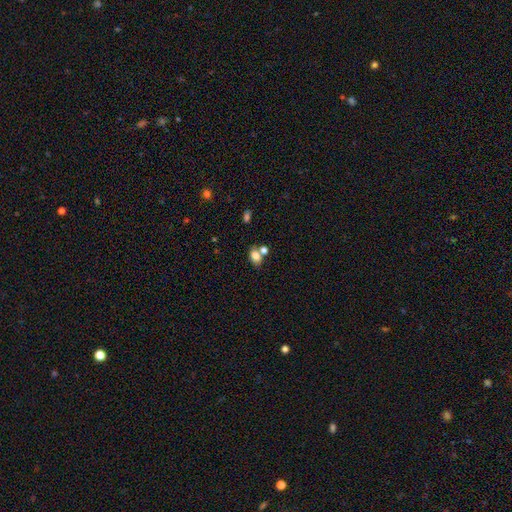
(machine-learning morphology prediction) type=smooth (78%); roundness=in between (79%); merging=none (50%).